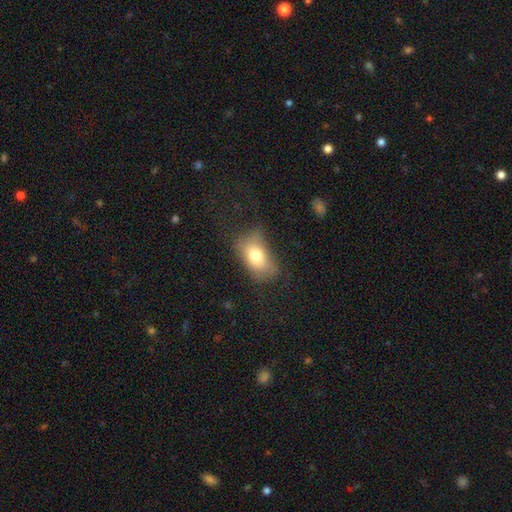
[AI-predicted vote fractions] This is likely a smooth galaxy (74%). How rounded: clearly in between (88%). Merging: possibly none (59%).